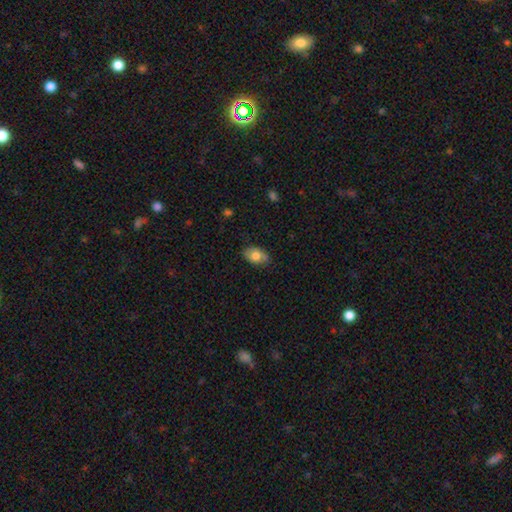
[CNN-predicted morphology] A smooth galaxy with no disk features (76%) that is in between round and cigar-shaped (88%). Merging: none (79%).